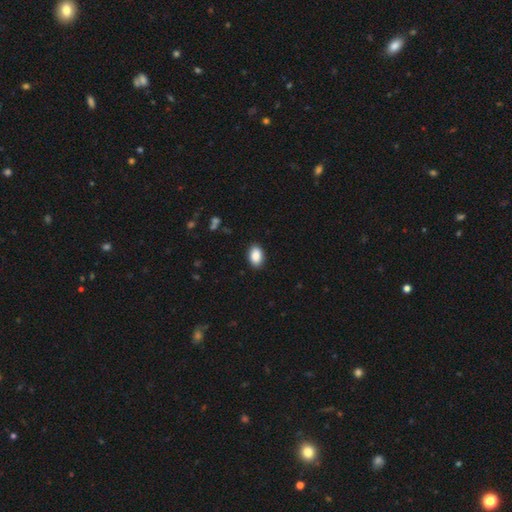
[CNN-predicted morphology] smooth_or_featured: smooth (p=0.89) [alt: star or artifact p=0.07]
how_rounded: in between (p=0.90) [alt: round p=0.08]
merging: none (p=0.89) [alt: minor disturbance p=0.08]